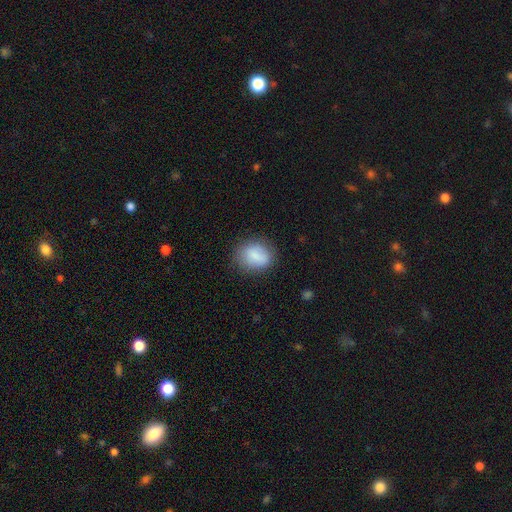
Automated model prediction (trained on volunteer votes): Morphology: type=smooth (83%); roundness=in between (53%); merging=none (77%).